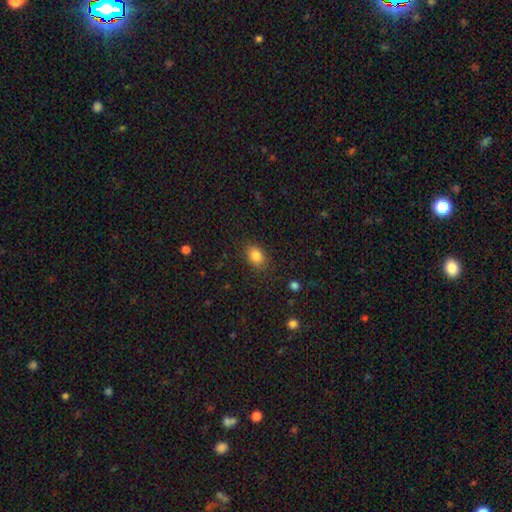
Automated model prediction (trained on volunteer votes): The model was most divided on "how rounded": in between: 68%, round: 31%, cigar-shaped: 1%. More confident: merging — none (84%); smooth or featured — smooth (84%).